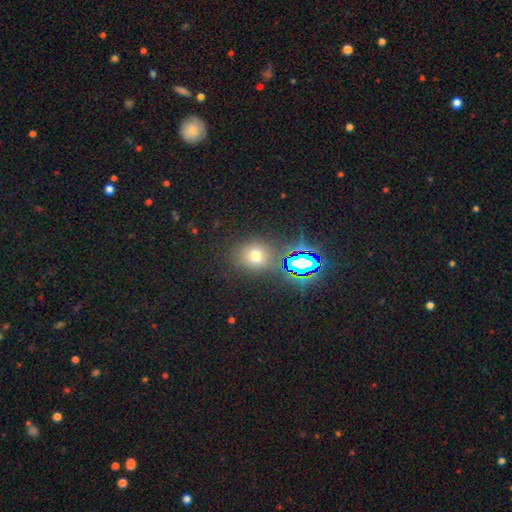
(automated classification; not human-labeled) A smooth galaxy with no disk features (63%) that is round (69%).

Vote fractions:
- Smooth or featured? smooth: 63% / star or artifact: 28% / featured or disk: 10%
- How rounded? round: 69% / in between: 29% / cigar-shaped: 1%
- Merging? none: 77% / minor disturbance: 11% / merger: 7% / major disturbance: 5%